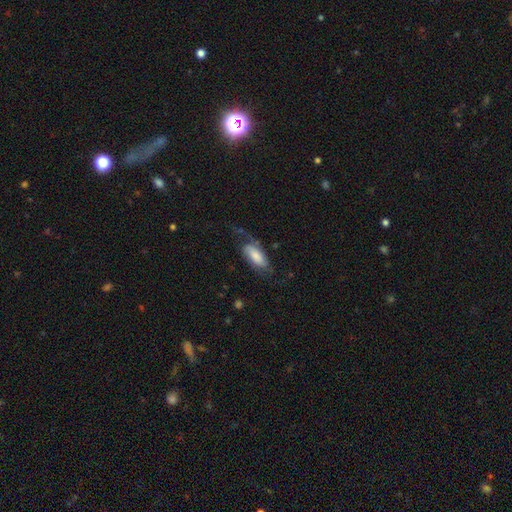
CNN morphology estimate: smooth_or_featured: featured or disk (p=0.48) [alt: smooth p=0.45]
merging: none (p=0.51) [alt: major disturbance p=0.24]